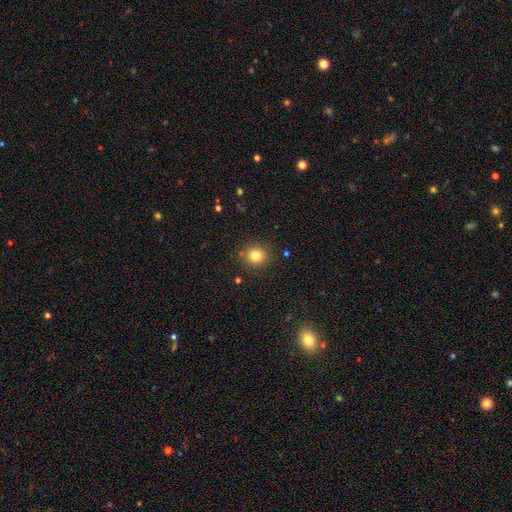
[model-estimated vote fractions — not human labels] Q: Smooth or featured?
A: smooth (81%); runner-up: star or artifact (12%)
Q: How rounded?
A: round (88%); runner-up: in between (11%)
Q: Merging?
A: none (89%); runner-up: minor disturbance (7%)